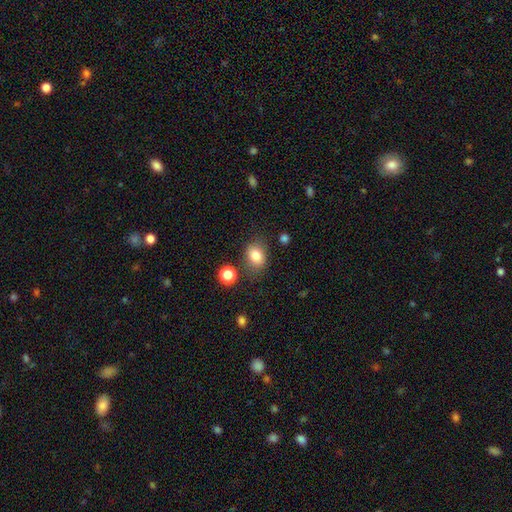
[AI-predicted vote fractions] Smooth or featured? smooth (82%)
How rounded? in between (63%)
Merging? none (75%)